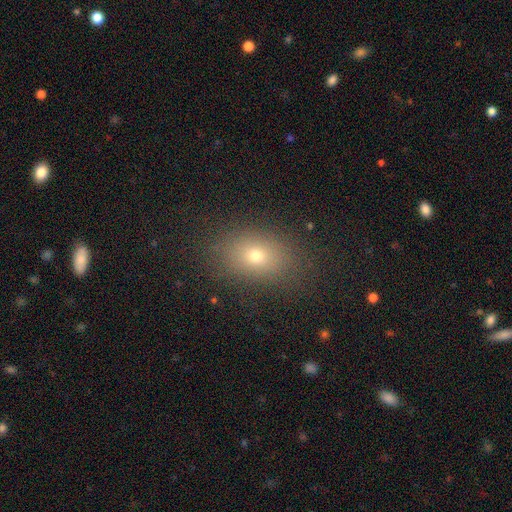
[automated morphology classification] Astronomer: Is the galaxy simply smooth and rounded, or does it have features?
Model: smooth — 70%.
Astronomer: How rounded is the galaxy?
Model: in between — 71%.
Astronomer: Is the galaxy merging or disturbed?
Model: none — 85%.